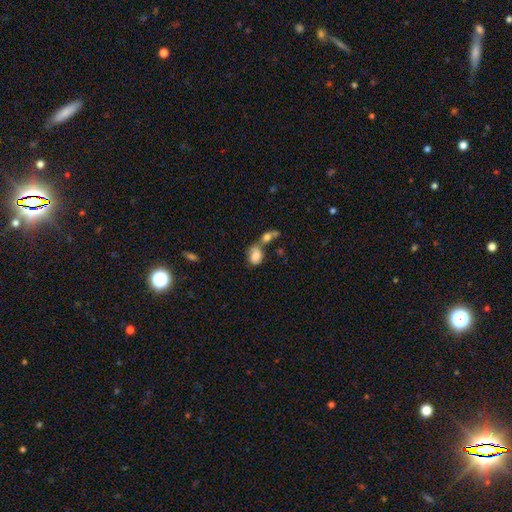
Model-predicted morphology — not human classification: Smooth or featured: smooth — 77% (featured or disk — 14%)
How rounded: in between — 64% (round — 34%)
Merging: merger — 48% (none — 30%)